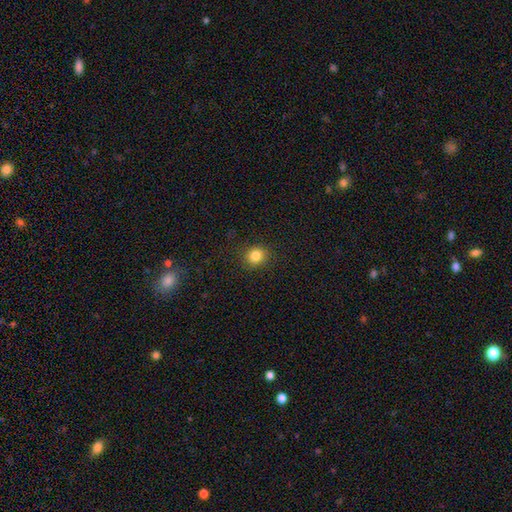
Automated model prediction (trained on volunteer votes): A smooth galaxy with no disk features (83%) that is round (82%). Merging: none (89%).